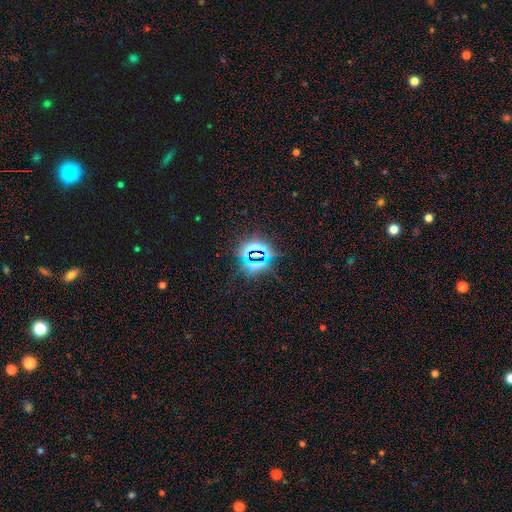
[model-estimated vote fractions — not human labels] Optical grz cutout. It shows a star or artifact, not a galaxy (78%).